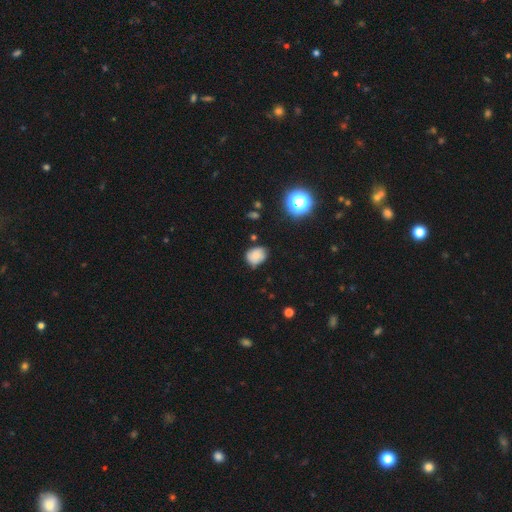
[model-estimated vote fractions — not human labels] This appears to be a smooth galaxy with no disk features (77%) that is round (52%). Merging: none (63%).